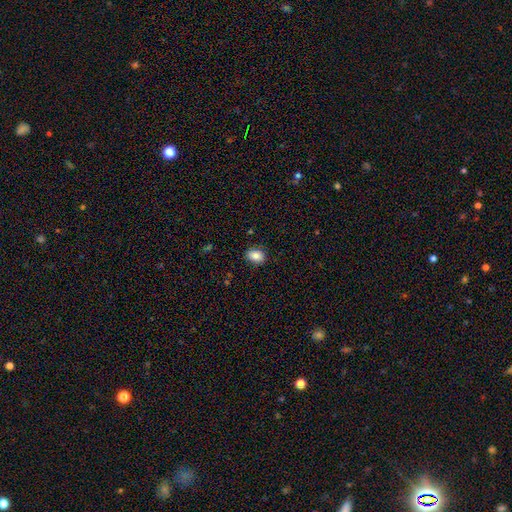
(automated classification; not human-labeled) Q: Smooth or featured?
A: smooth (84%); runner-up: star or artifact (8%)
Q: How rounded?
A: in between (73%); runner-up: round (26%)
Q: Merging?
A: none (86%); runner-up: minor disturbance (11%)